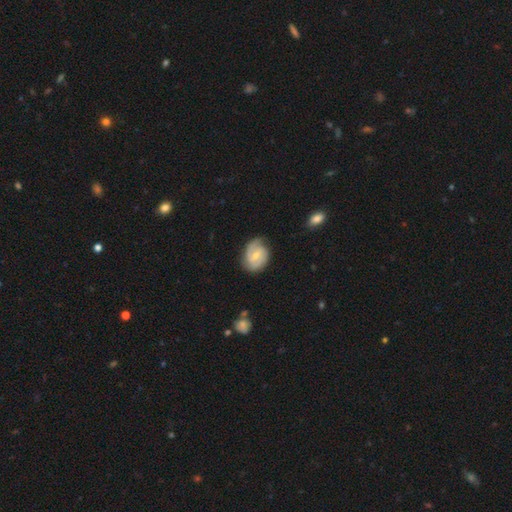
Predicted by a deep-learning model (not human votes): Smooth or featured? Predicted: featured or disk (p=0.77). Edge-on disk? Predicted: no (p=0.98). Bar? Predicted: weak (p=0.56). Spiral arms? Predicted: yes (p=0.94). Spiral winding? Predicted: tight (p=0.44). Spiral arm count? Predicted: 2 (p=0.75). Bulge size? Predicted: small (p=0.55). Merging? Predicted: none (p=0.74).